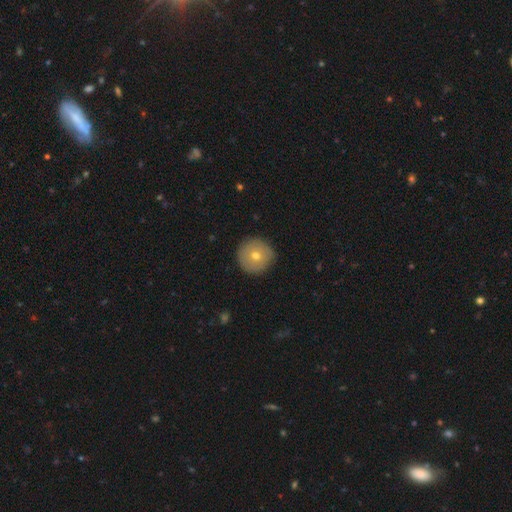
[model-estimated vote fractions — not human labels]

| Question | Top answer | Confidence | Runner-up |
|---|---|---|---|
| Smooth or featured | smooth | 65% | featured or disk (26%) |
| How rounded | round | 96% | in between (3%) |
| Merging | none | 90% | minor disturbance (7%) |